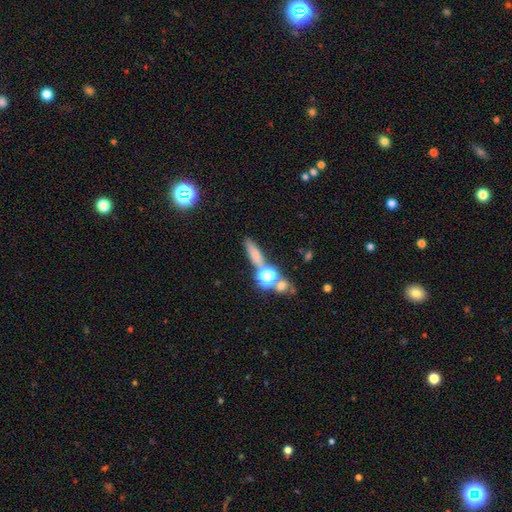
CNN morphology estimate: Q: Smooth or featured?
A: smooth (62%); runner-up: star or artifact (22%)
Q: How rounded?
A: cigar-shaped (51%); runner-up: in between (27%)
Q: Merging?
A: none (65%); runner-up: merger (18%)